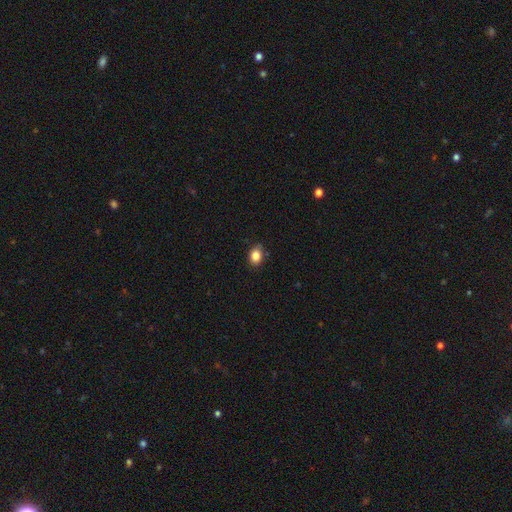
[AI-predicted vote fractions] smooth 85%, star or artifact 10%, featured or disk 6%. Down the decision tree: how rounded — in between (62%); merging — none (82%).